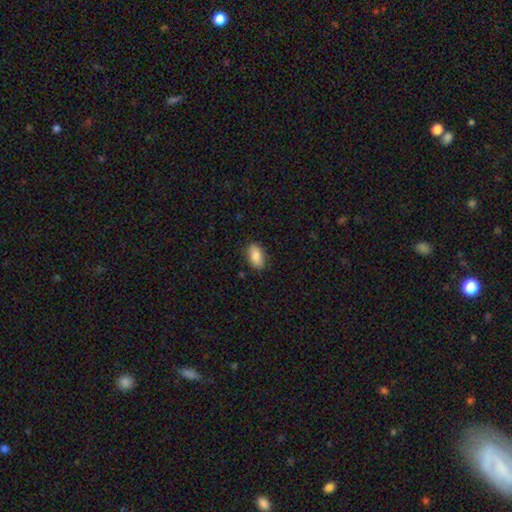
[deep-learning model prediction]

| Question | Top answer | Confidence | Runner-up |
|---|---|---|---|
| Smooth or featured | smooth | 85% | featured or disk (8%) |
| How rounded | in between | 91% | round (5%) |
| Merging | none | 85% | minor disturbance (11%) |